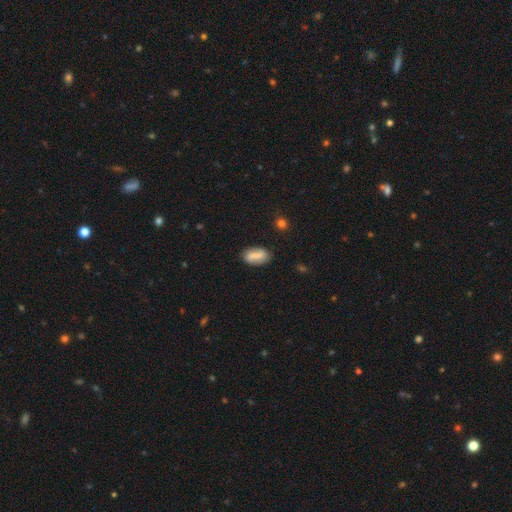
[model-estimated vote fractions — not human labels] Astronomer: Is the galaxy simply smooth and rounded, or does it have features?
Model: smooth — 73%.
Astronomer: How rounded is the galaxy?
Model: in between — 87%.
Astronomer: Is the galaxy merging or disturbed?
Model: none — 80%.